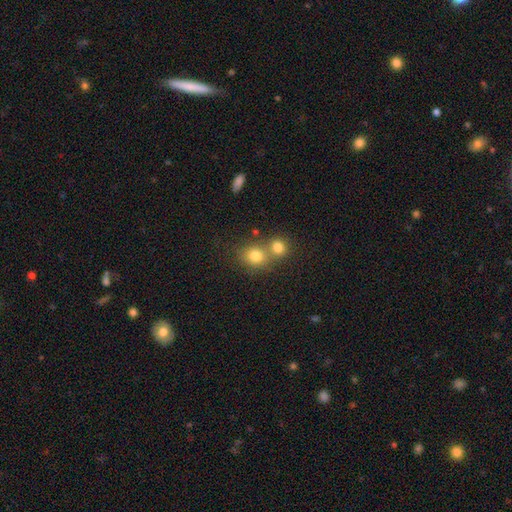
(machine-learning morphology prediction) Smooth or featured?
  - smooth: 78% *
  - star or artifact: 13%
  - featured or disk: 9%
How rounded?
  - round: 74% *
  - in between: 25%
  - cigar-shaped: 1%
Merging?
  - none: 46% *
  - merger: 44%
  - minor disturbance: 8%
  - major disturbance: 3%